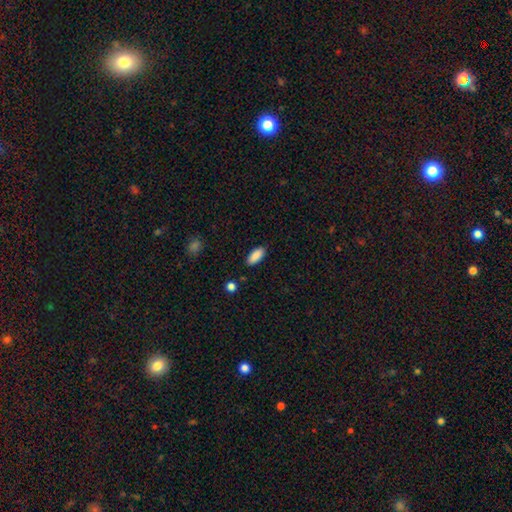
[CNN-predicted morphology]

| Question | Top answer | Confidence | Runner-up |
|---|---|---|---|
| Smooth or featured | smooth | 89% | star or artifact (7%) |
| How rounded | in between | 83% | cigar-shaped (15%) |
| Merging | none | 87% | minor disturbance (9%) |